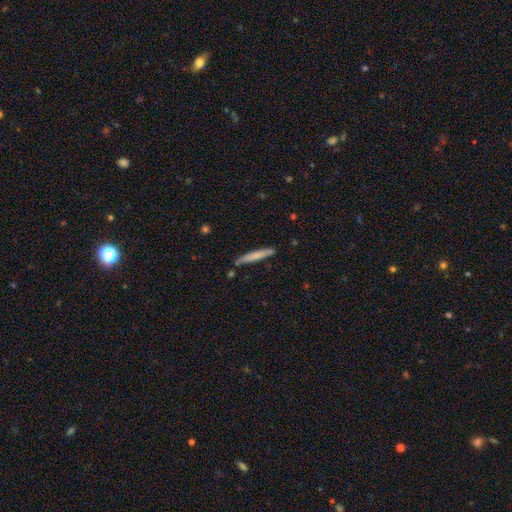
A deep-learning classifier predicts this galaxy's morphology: Overall: smooth (64%; featured or disk 30%). How rounded: cigar-shaped (95%). Merging: none (84%).